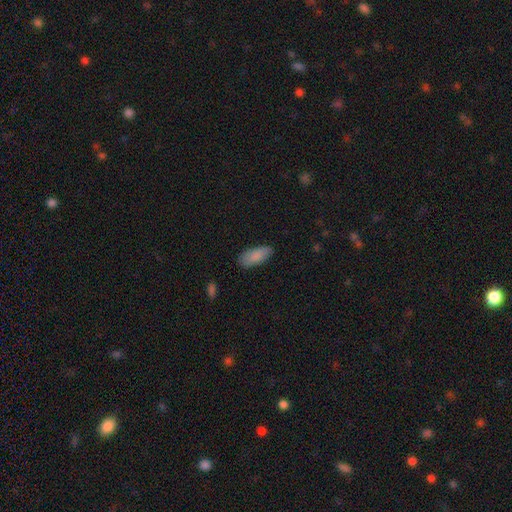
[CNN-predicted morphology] type=smooth (86%); roundness=in between (84%); merging=none (80%).